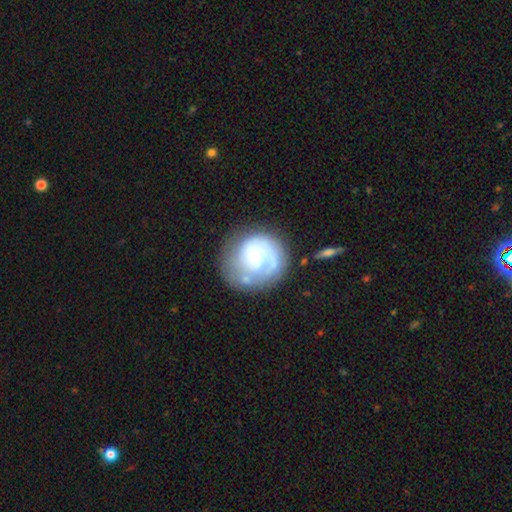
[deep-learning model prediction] Q: Smooth or featured?
A: featured or disk (54%); runner-up: smooth (39%)
Q: Edge-on disk?
A: no (98%); runner-up: yes (2%)
Q: Bar?
A: no (71%); runner-up: weak (24%)
Q: Spiral arms?
A: yes (74%); runner-up: no (26%)
Q: Bulge size?
A: small (40%); runner-up: moderate (35%)
Q: Merging?
A: none (61%); runner-up: minor disturbance (19%)